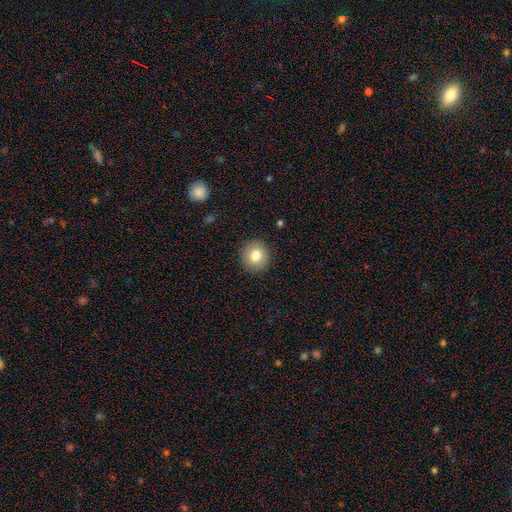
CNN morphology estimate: Smooth or featured: smooth — 79% (featured or disk — 11%)
How rounded: round — 91% (in between — 8%)
Merging: none — 91% (minor disturbance — 6%)